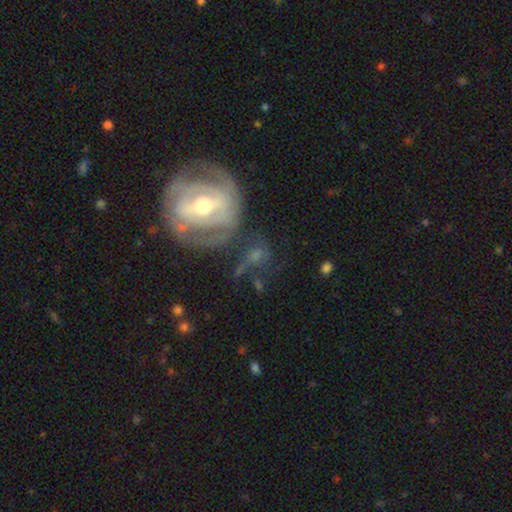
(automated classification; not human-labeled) The model was most divided on "bar" (2-way tie): weak: 35%, no: 35%, strong: 30%. More confident: edge-on disk — no (94%); spiral arms — yes (71%); bulge size — moderate (65%); smooth or featured — featured or disk (64%); merging — none (53%).